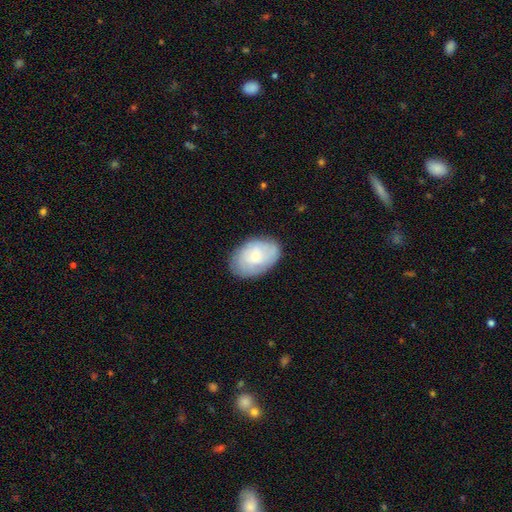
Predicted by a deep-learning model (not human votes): This is likely a smooth galaxy (64%). How rounded: clearly in between (90%). Merging: likely none (76%).